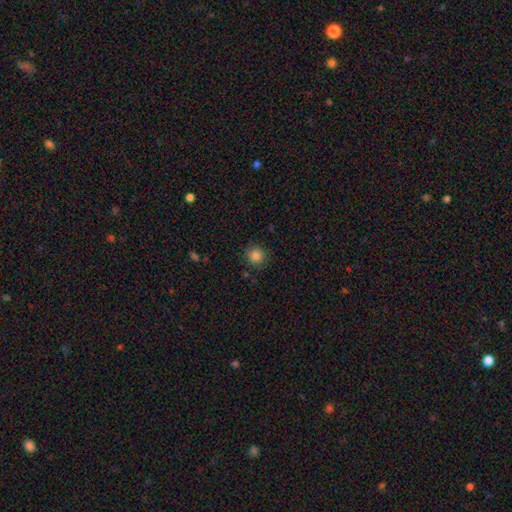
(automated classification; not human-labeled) Smooth or featured? Predicted: smooth (p=0.84). How rounded? Predicted: round (p=0.92). Merging? Predicted: none (p=0.87).